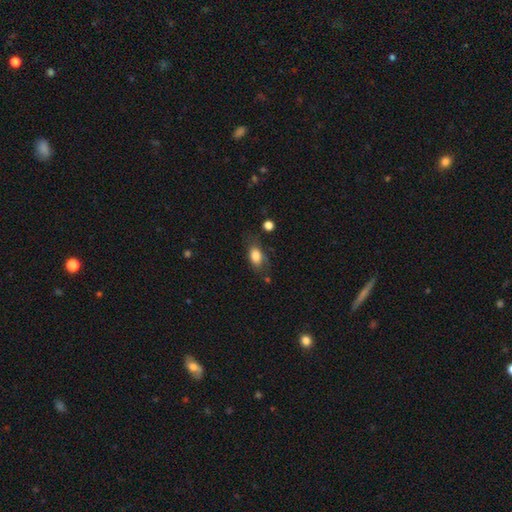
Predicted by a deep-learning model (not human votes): Smooth or featured? smooth (80%)
How rounded? in between (85%)
Merging? none (61%)